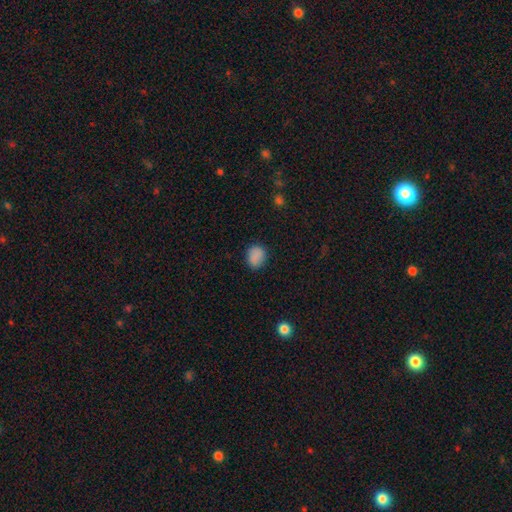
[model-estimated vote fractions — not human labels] Overall: smooth (86%). How rounded: round (52%; in between 47%). Merging: none (80%).